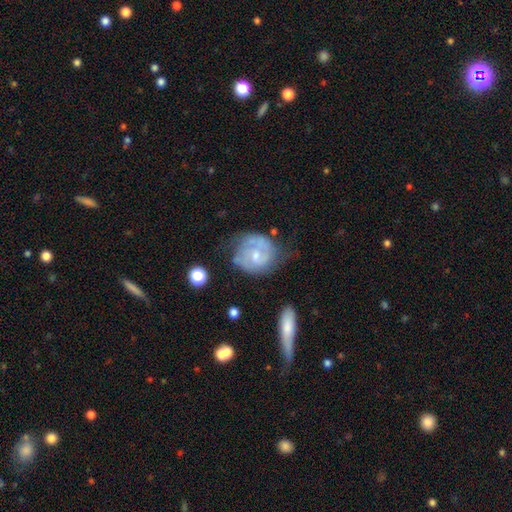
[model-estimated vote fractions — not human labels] Morphology: type=featured or disk (63%); edge-on=no (97%); bar=no (57%); spiral arms=yes (73%); bulge=moderate (50%); merging=none (47%).